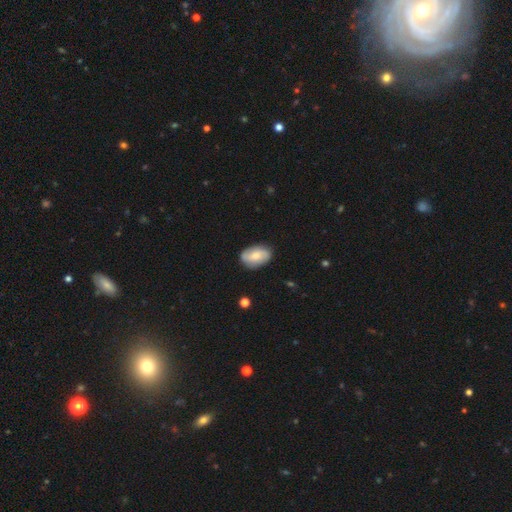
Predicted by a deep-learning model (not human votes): The model was most divided on "smooth or featured": smooth: 60%, featured or disk: 33%, star or artifact: 7%. More confident: how rounded — in between (89%); merging — none (82%).